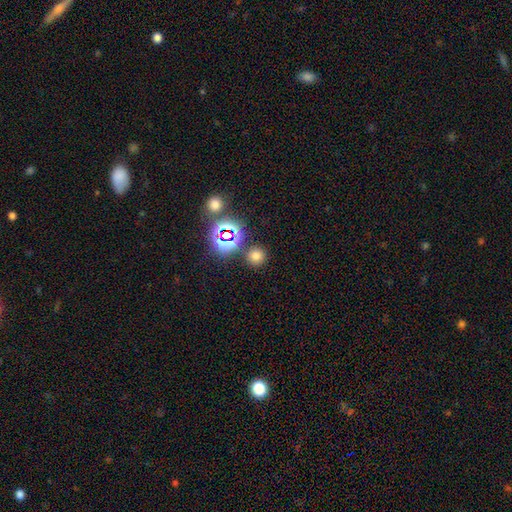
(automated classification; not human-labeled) A smooth galaxy with no disk features (69%) that is round (91%).

Vote fractions:
- Smooth or featured? smooth: 69% / star or artifact: 25% / featured or disk: 6%
- How rounded? round: 91% / in between: 8% / cigar-shaped: 1%
- Merging? none: 82% / minor disturbance: 8% / merger: 7% / major disturbance: 3%